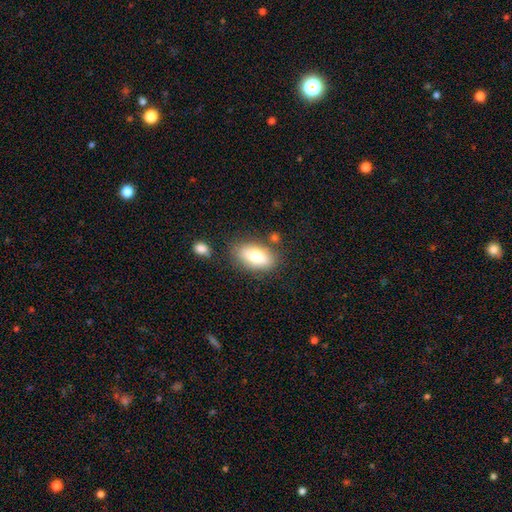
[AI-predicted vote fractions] smooth 75%, featured or disk 17%, star or artifact 8%. Down the decision tree: how rounded — in between (89%); merging — none (76%).